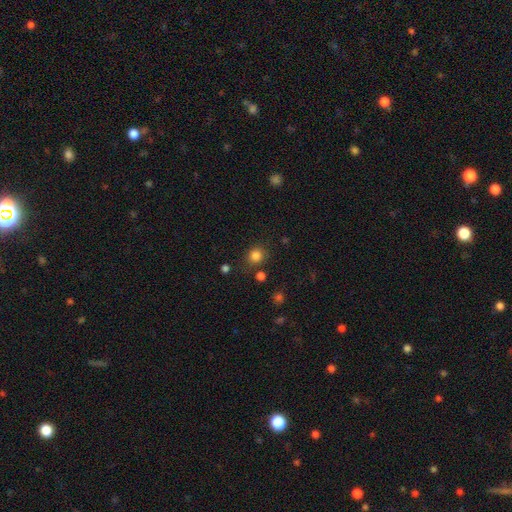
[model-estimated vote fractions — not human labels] smooth-or-featured: smooth: 82% | star or artifact: 13% | featured or disk: 4%
  how-rounded: round: 84% | in between: 15% | cigar-shaped: 1%
  merging: none: 79% | minor disturbance: 11% | merger: 6% | major disturbance: 4%